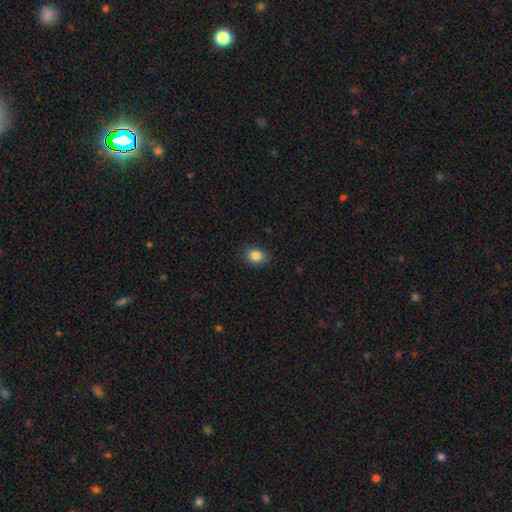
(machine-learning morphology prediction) The model was most divided on "how rounded": in between: 57%, round: 42%, cigar-shaped: 1%. More confident: merging — none (88%); smooth or featured — smooth (85%).